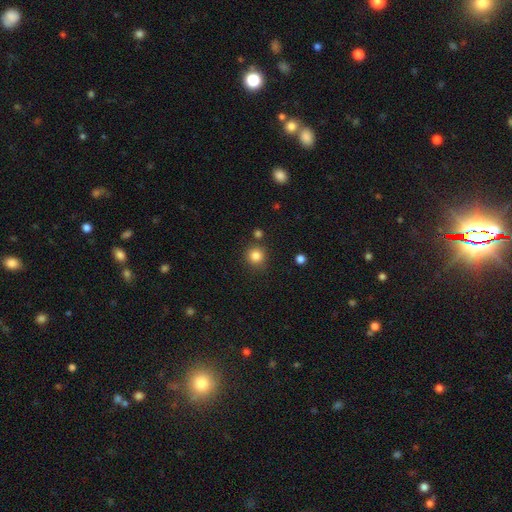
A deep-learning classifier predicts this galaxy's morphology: Overall: smooth (84%). How rounded: round (93%). Merging: none (82%).